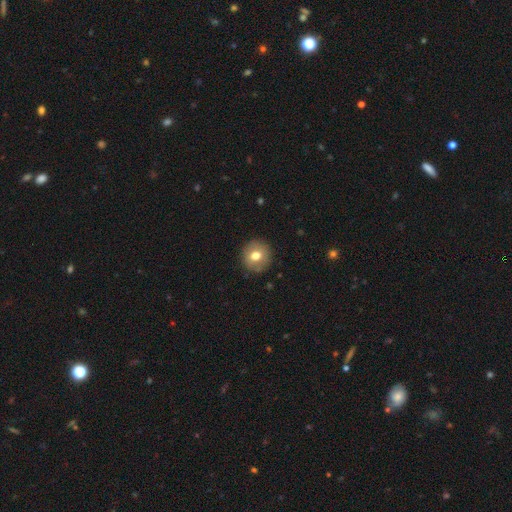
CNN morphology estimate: smooth_or_featured: smooth (p=0.72) [alt: featured or disk p=0.19]
how_rounded: round (p=0.92) [alt: in between p=0.07]
merging: none (p=0.90) [alt: minor disturbance p=0.07]